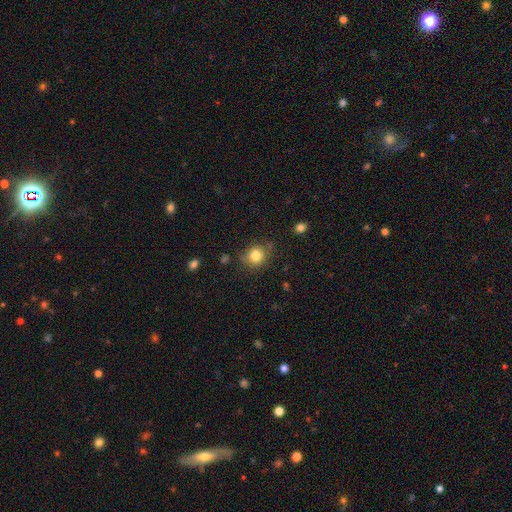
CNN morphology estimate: Smooth or featured? Predicted: smooth (p=0.82). How rounded? Predicted: round (p=0.80). Merging? Predicted: none (p=0.76).